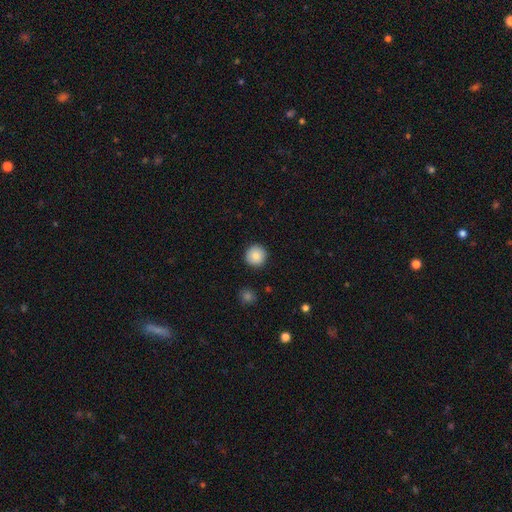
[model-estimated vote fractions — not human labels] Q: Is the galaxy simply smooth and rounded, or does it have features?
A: smooth — 87%.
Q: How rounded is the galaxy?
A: round — 96%.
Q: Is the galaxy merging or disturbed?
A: none — 92%.